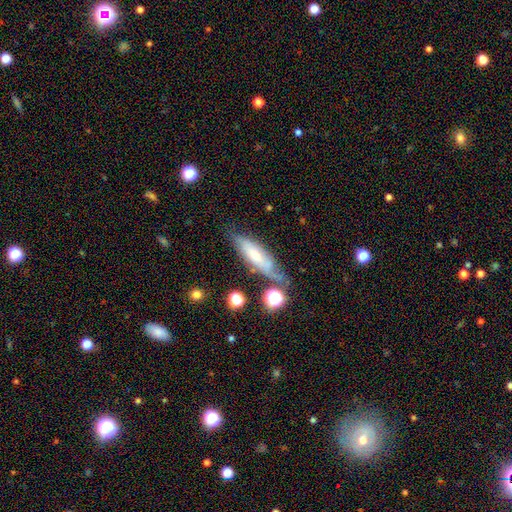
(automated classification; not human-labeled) smooth_or_featured: smooth (p=0.47) [alt: featured or disk p=0.44]
merging: none (p=0.56) [alt: minor disturbance p=0.26]